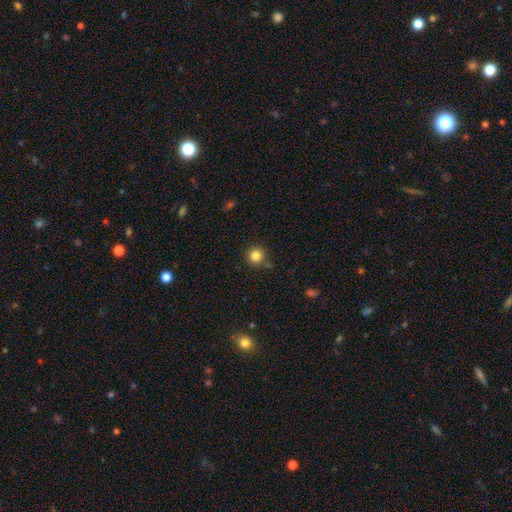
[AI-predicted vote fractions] Smooth or featured: smooth — 83% (star or artifact — 12%)
How rounded: round — 93% (in between — 6%)
Merging: none — 82% (minor disturbance — 10%)